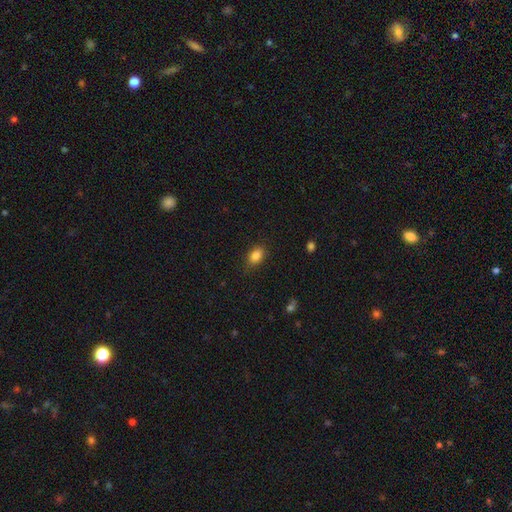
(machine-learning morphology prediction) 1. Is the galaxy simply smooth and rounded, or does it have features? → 85% smooth, 10% star or artifact, 5% featured or disk.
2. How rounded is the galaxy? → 79% in between, 19% round, 2% cigar-shaped.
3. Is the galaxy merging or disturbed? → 81% none, 14% minor disturbance, 3% major disturbance, 1% merger.